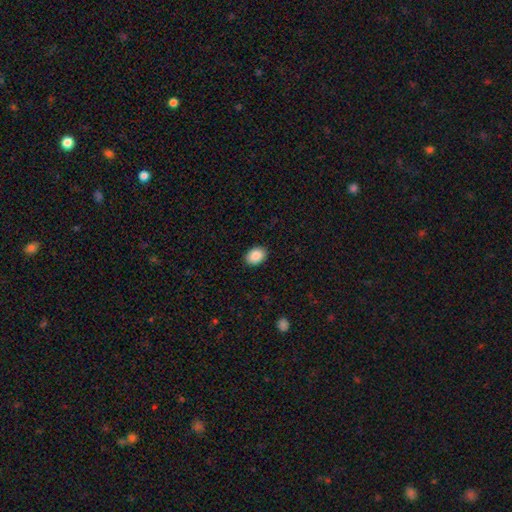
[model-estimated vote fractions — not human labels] This appears to be a smooth galaxy with no disk features (88%) that is in between round and cigar-shaped (75%). Merging: none (90%).